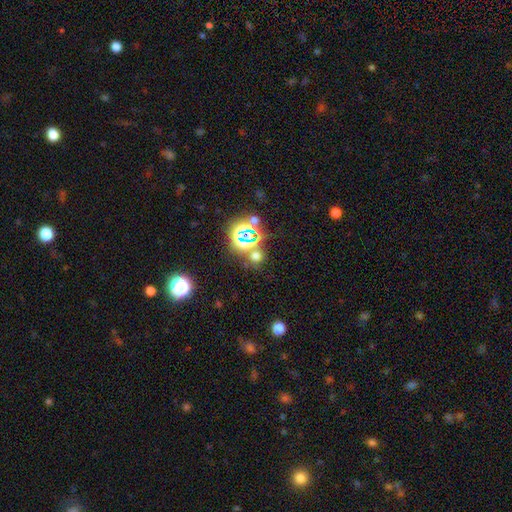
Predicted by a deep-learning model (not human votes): This is possibly a smooth galaxy (48%). Merging: likely none (75%).